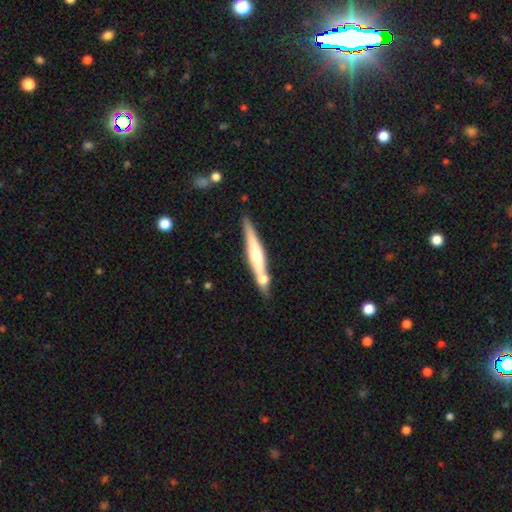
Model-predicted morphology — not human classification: Q: Smooth or featured?
A: featured or disk (63%); runner-up: smooth (31%)
Q: Edge-on disk?
A: yes (95%); runner-up: no (5%)
Q: Edge-on bulge?
A: rounded (82%); runner-up: boxy (10%)
Q: Merging?
A: none (69%); runner-up: merger (16%)